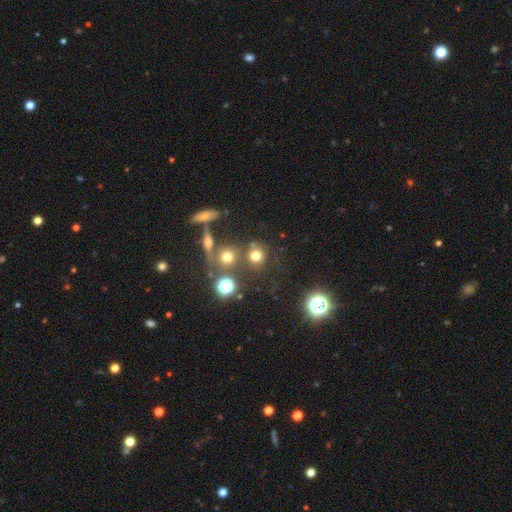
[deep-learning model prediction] This appears to be a smooth galaxy with no disk features (69%) that is round (88%). Merging: none (69%).